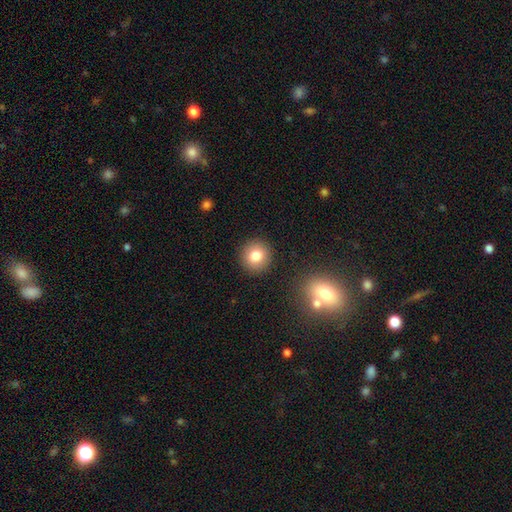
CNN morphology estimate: Q: Smooth or featured?
A: smooth (79%); runner-up: star or artifact (11%)
Q: How rounded?
A: round (92%); runner-up: in between (7%)
Q: Merging?
A: none (90%); runner-up: minor disturbance (6%)